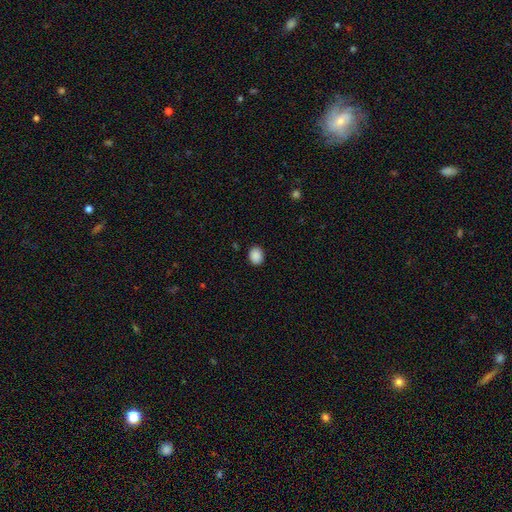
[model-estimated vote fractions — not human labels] Smooth or featured? Predicted: smooth (p=0.89). How rounded? Predicted: round (p=0.53). Merging? Predicted: none (p=0.89).